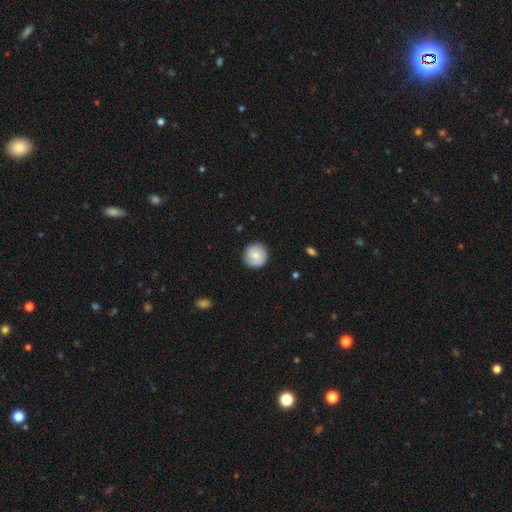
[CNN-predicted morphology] The model was most divided on "smooth or featured": smooth: 72%, featured or disk: 21%, star or artifact: 7%. More confident: how rounded — round (95%); merging — none (87%).